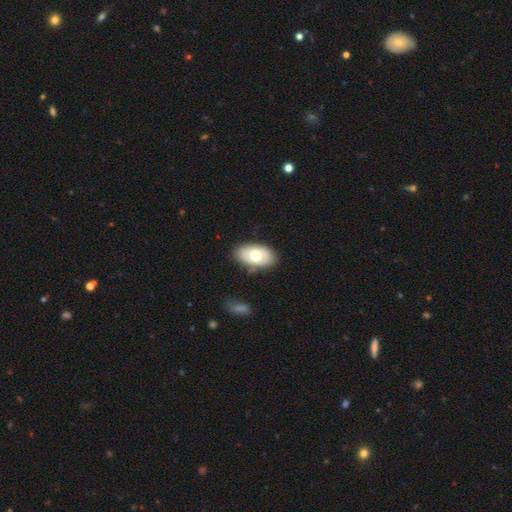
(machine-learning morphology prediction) A smooth galaxy with no disk features (58%) that is in between round and cigar-shaped (91%).

Vote fractions:
- Smooth or featured? smooth: 58% / featured or disk: 36% / star or artifact: 6%
- How rounded? in between: 91% / round: 8% / cigar-shaped: 1%
- Merging? none: 82% / minor disturbance: 13% / major disturbance: 3% / merger: 2%